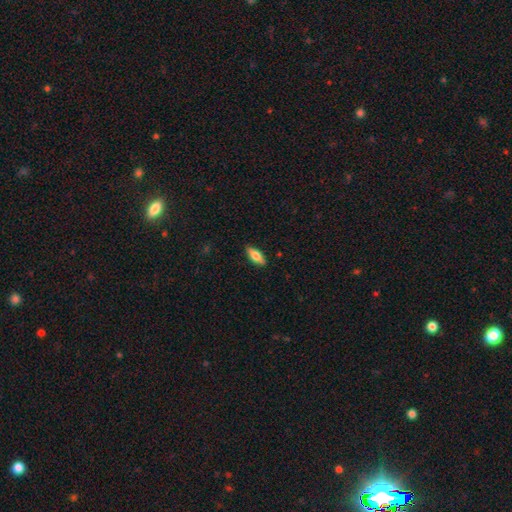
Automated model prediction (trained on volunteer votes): Q: Smooth or featured?
A: smooth (67%); runner-up: featured or disk (26%)
Q: How rounded?
A: in between (72%); runner-up: cigar-shaped (26%)
Q: Merging?
A: none (88%); runner-up: minor disturbance (9%)